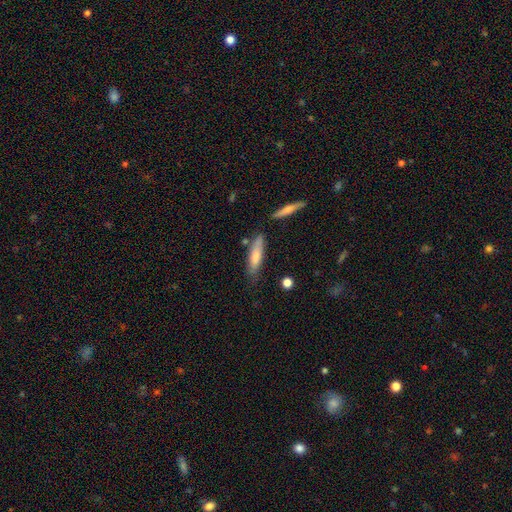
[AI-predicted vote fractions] This is likely a smooth galaxy (73%). How rounded: likely cigar-shaped (72%). Merging: likely none (69%).